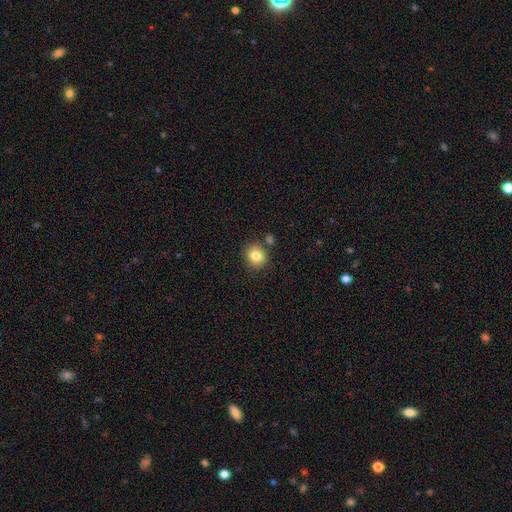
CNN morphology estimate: smooth 82%, star or artifact 10%, featured or disk 7%. Down the decision tree: how rounded — round (83%); merging — none (79%).